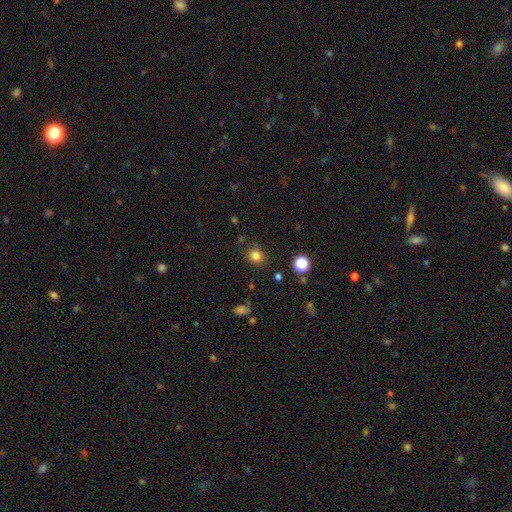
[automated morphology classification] smooth 81%, star or artifact 14%, featured or disk 6%. Down the decision tree: how rounded — round (73%); merging — none (82%).